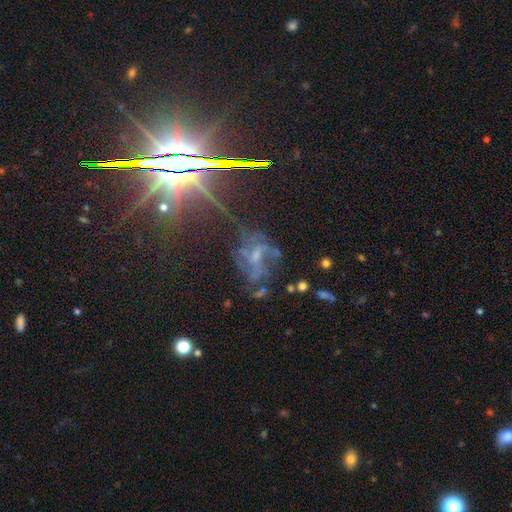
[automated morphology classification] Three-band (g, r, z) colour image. It shows a featured or disk galaxy (53%). Merging: none (50%).